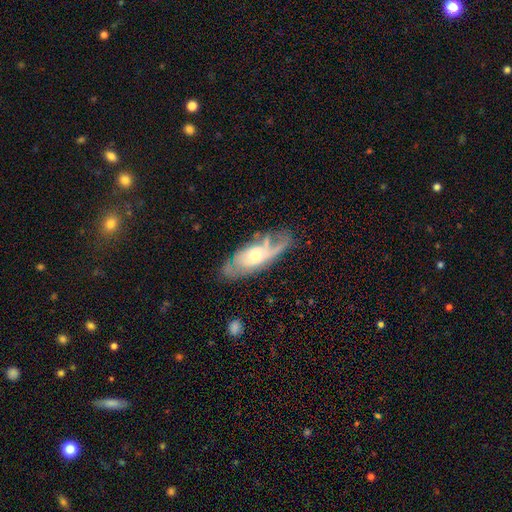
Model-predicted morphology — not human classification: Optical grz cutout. It shows a featured or disk galaxy (69%) with no bar (70%), spiral arms (75%) and a moderate central bulge (58%). Merging: none (56%).